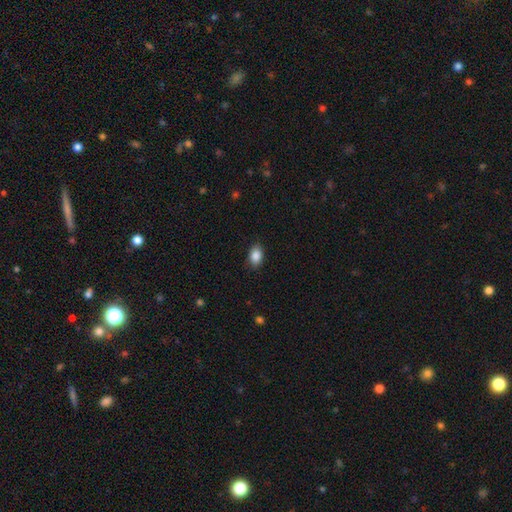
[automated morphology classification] Smooth or featured? smooth (87%)
How rounded? in between (85%)
Merging? none (86%)